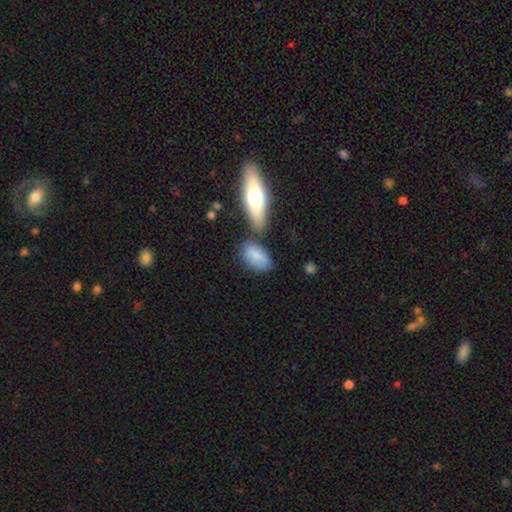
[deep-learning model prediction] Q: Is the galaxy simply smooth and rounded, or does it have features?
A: smooth — 80%.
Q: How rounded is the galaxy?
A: in between — 91%.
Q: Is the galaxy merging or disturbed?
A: none — 53%.